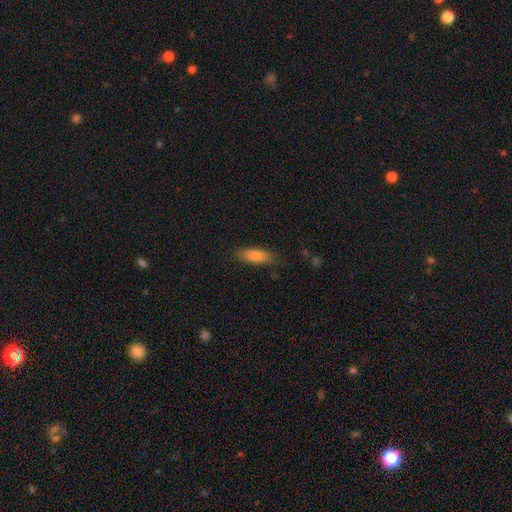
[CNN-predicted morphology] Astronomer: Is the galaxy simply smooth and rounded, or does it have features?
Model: smooth — 87%.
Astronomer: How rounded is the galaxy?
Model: in between — 67%.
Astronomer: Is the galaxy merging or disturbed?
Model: none — 78%.